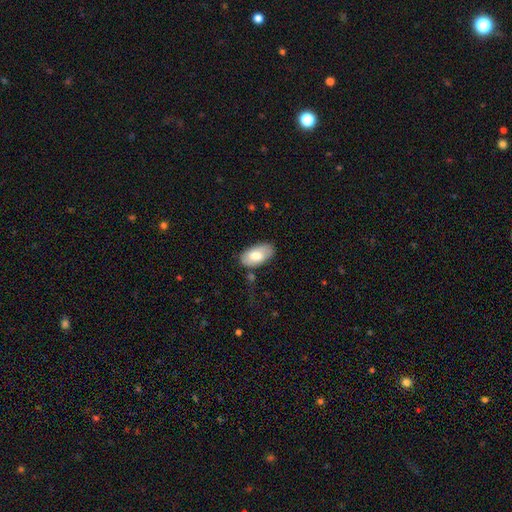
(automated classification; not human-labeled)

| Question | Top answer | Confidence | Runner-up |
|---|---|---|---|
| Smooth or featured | smooth | 72% | featured or disk (23%) |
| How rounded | in between | 95% | round (3%) |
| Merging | none | 74% | minor disturbance (19%) |